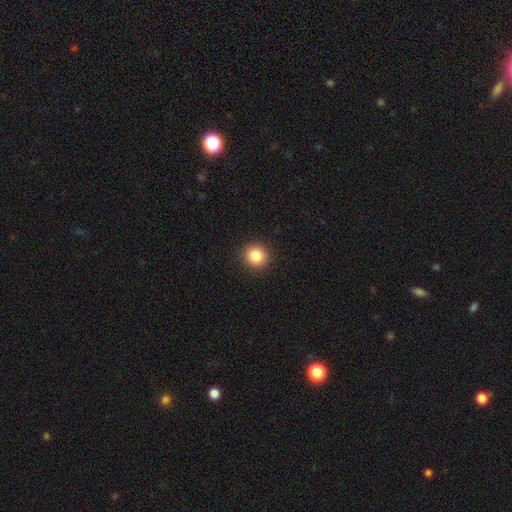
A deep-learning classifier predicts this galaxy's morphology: The model was most divided on "smooth or featured": smooth: 86%, star or artifact: 10%, featured or disk: 4%. More confident: how rounded — round (93%); merging — none (92%).